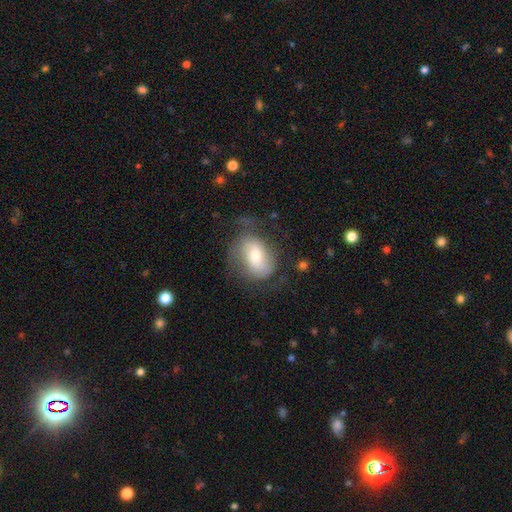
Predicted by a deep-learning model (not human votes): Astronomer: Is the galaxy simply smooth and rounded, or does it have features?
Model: smooth — 49% (runner-up: featured or disk, 43%).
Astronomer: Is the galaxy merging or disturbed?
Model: none — 51% (runner-up: minor disturbance, 27%).